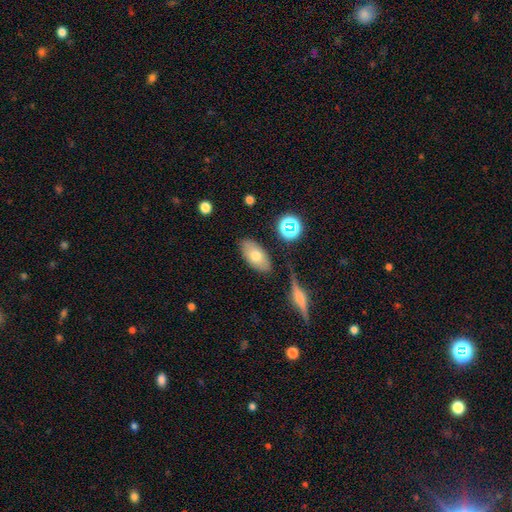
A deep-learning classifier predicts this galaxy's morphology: A smooth galaxy with no disk features (72%) that is in between round and cigar-shaped (91%).

Vote fractions:
- Smooth or featured? smooth: 72% / featured or disk: 19% / star or artifact: 9%
- How rounded? in between: 91% / round: 5% / cigar-shaped: 4%
- Merging? none: 79% / minor disturbance: 13% / merger: 4% / major disturbance: 4%